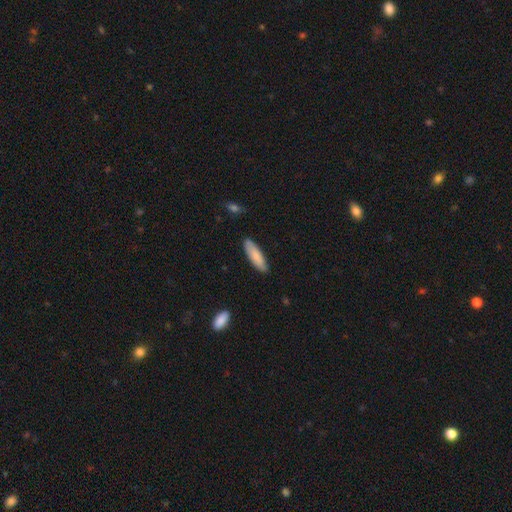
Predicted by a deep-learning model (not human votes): smooth 84%, featured or disk 10%, star or artifact 5%. Down the decision tree: how rounded — cigar-shaped (60%); merging — none (85%).